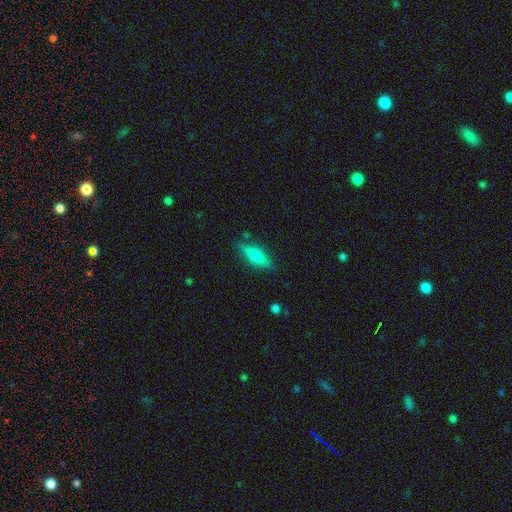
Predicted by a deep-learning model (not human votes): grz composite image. It shows a smooth galaxy with no disk features (71%) that is cigar-shaped (56%). Merging: none (81%).